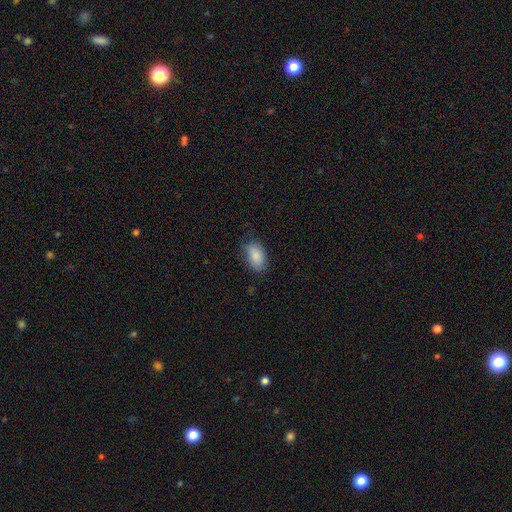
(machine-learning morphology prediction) Smooth or featured: smooth — 86% (featured or disk — 7%)
How rounded: in between — 92% (round — 6%)
Merging: none — 72% (minor disturbance — 22%)